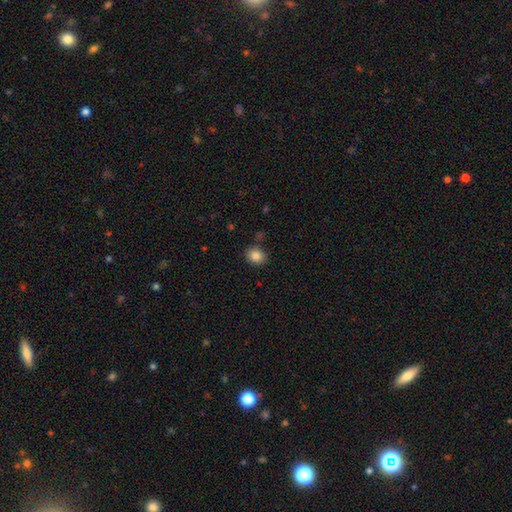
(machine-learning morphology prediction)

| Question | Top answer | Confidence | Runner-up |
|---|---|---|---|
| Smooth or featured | smooth | 85% | star or artifact (9%) |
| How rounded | round | 52% | in between (47%) |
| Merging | none | 83% | minor disturbance (11%) |